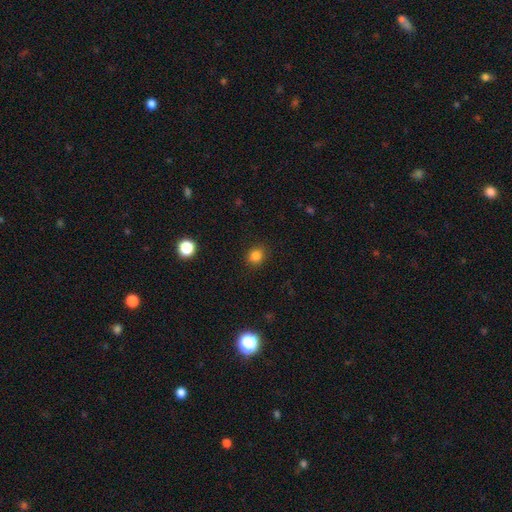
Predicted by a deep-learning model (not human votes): Smooth or featured? Predicted: smooth (p=0.83). How rounded? Predicted: round (p=0.78). Merging? Predicted: none (p=0.88).